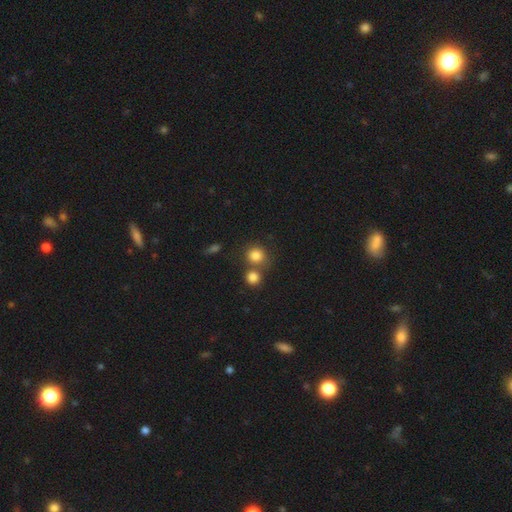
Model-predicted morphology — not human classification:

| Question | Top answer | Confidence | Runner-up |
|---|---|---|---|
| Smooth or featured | smooth | 82% | star or artifact (11%) |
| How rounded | round | 87% | in between (12%) |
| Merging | none | 59% | merger (29%) |